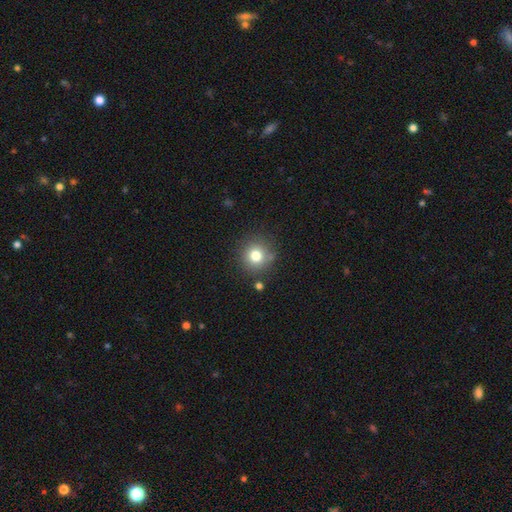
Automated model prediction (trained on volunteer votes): Smooth or featured: smooth — 78% (star or artifact — 13%)
How rounded: round — 93% (in between — 6%)
Merging: none — 84% (minor disturbance — 9%)